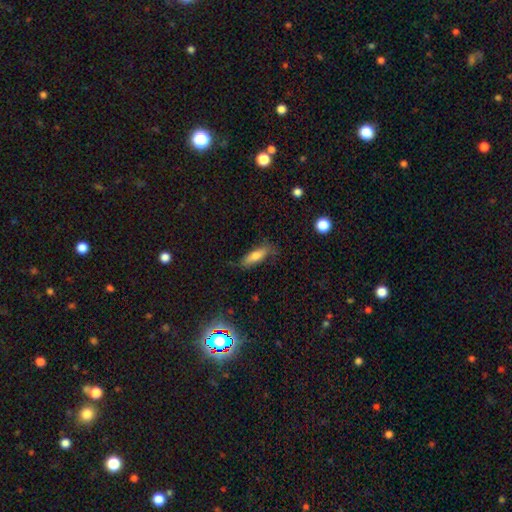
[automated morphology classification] A smooth galaxy with no disk features (70%) that is cigar-shaped (54%). Merging: none (72%).